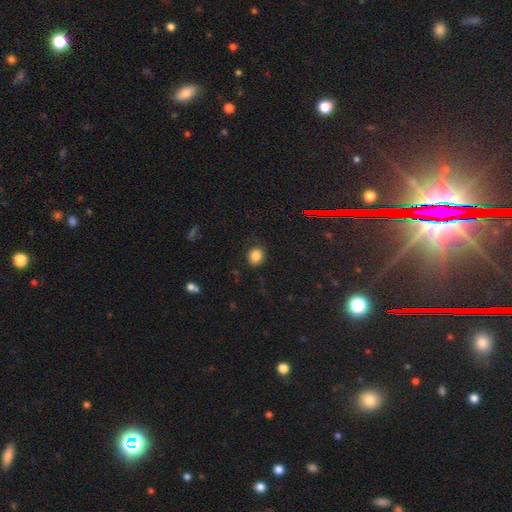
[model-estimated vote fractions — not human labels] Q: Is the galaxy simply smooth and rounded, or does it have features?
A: smooth — 83%.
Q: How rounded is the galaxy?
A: round — 53%.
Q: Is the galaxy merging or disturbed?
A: none — 81%.